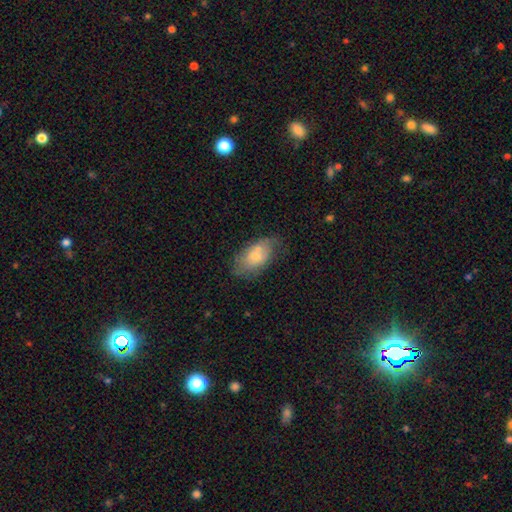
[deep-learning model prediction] smooth 67%, featured or disk 26%, star or artifact 7%. Down the decision tree: how rounded — in between (92%); merging — none (52%).